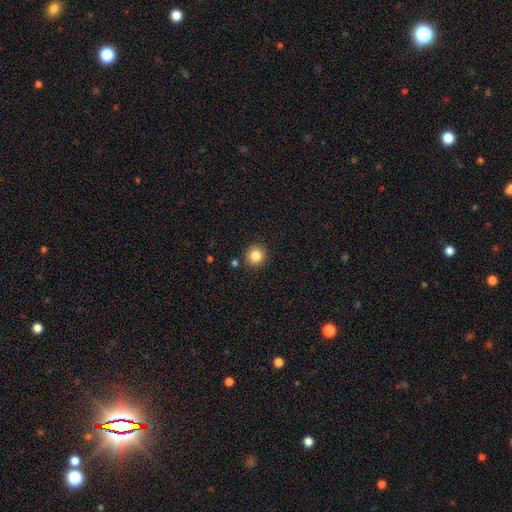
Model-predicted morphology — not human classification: Q: Smooth or featured?
A: smooth (84%); runner-up: star or artifact (11%)
Q: How rounded?
A: round (94%); runner-up: in between (5%)
Q: Merging?
A: none (90%); runner-up: minor disturbance (6%)